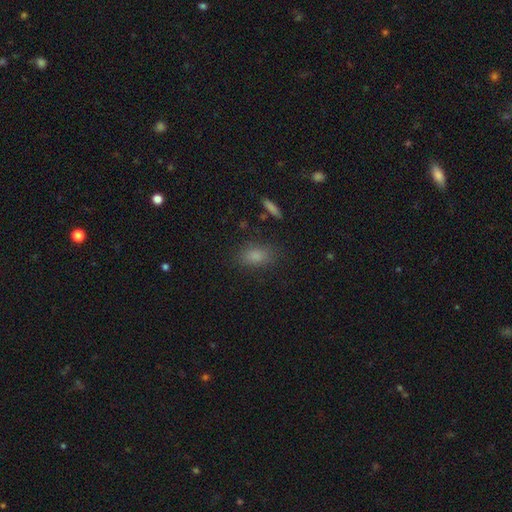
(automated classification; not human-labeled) The model was most divided on "merging": none: 81%, minor disturbance: 13%, major disturbance: 4%, merger: 2%. More confident: how rounded — in between (84%); smooth or featured — smooth (81%).